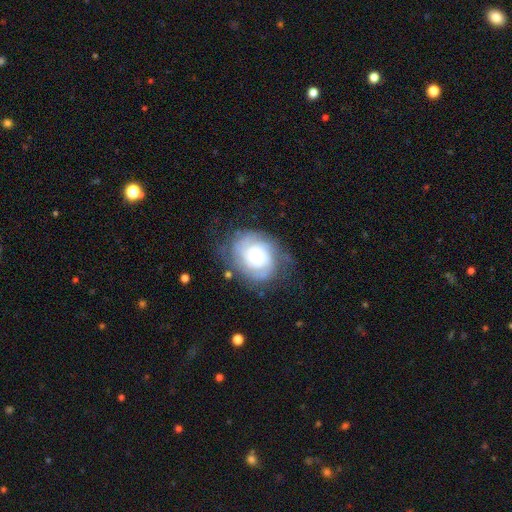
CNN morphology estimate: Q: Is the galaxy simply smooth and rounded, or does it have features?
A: featured or disk — 78%.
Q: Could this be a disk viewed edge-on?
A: no — 98%.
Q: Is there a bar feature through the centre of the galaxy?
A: no — 76%.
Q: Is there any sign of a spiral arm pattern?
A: yes — 93%.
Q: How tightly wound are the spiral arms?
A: tight — 68%.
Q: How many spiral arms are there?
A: can't tell — 35%.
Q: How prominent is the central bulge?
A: small — 51%.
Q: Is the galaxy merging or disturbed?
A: none — 68%.